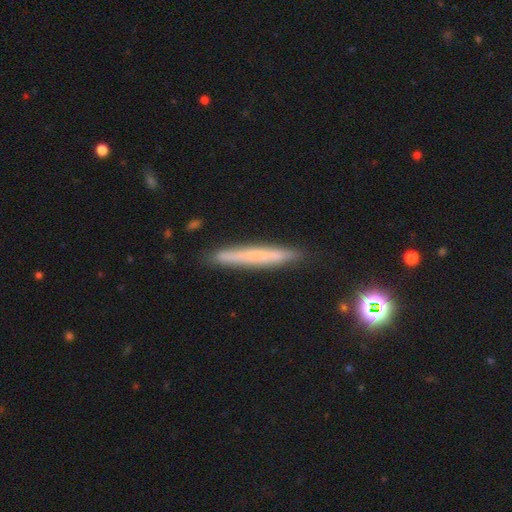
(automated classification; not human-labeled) Smooth or featured: smooth — 56% (featured or disk — 34%)
How rounded: cigar-shaped — 96% (in between — 3%)
Merging: none — 88% (minor disturbance — 9%)